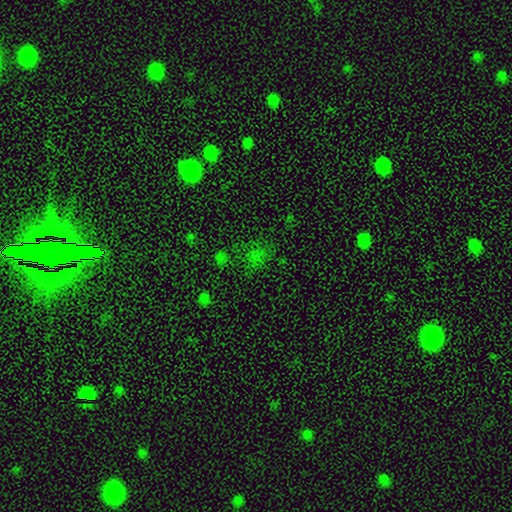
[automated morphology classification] A star or artifact, not a galaxy (52%).

Vote fractions:
- Smooth or featured? star or artifact: 52% / smooth: 40% / featured or disk: 8%